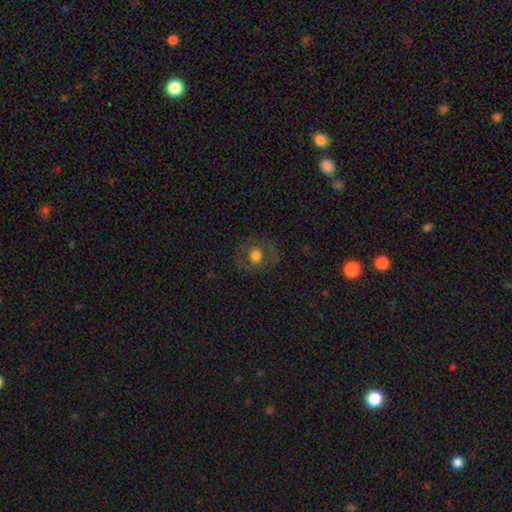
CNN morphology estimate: smooth-or-featured: smooth: 60% | featured or disk: 30% | star or artifact: 11%
  how-rounded: round: 82% | in between: 17% | cigar-shaped: 1%
  merging: none: 82% | minor disturbance: 11% | major disturbance: 6% | merger: 1%